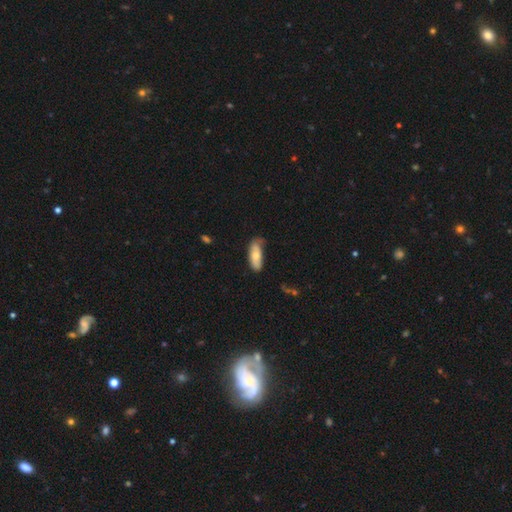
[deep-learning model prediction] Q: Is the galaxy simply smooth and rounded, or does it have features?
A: smooth — 69%.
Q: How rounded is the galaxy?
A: in between — 73%.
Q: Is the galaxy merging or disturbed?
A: none — 52%.